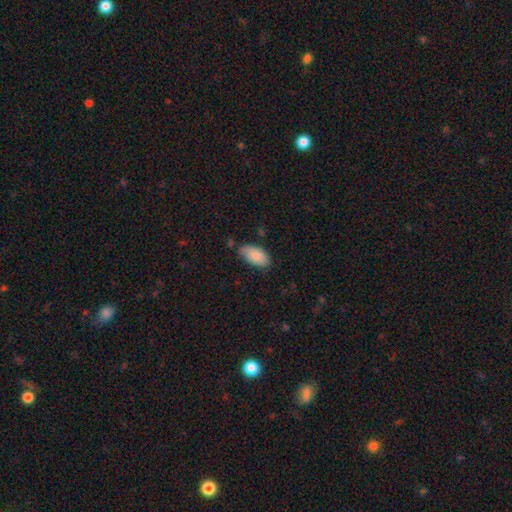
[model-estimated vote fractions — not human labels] This appears to be a smooth galaxy with no disk features (85%) that is in between round and cigar-shaped (94%). Merging: none (64%).